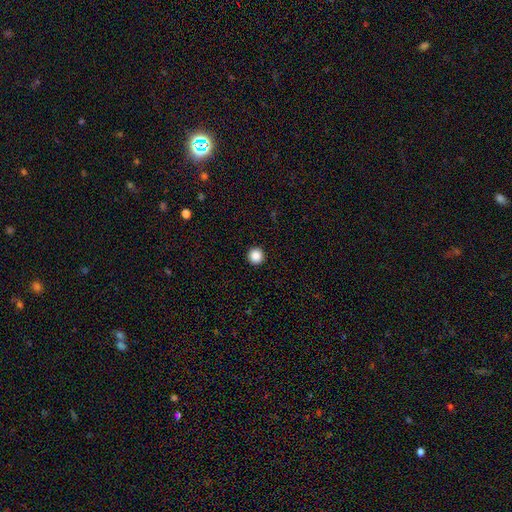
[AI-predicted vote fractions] The model was most divided on "smooth or featured": smooth: 87%, star or artifact: 10%, featured or disk: 3%. More confident: how rounded — round (96%); merging — none (94%).